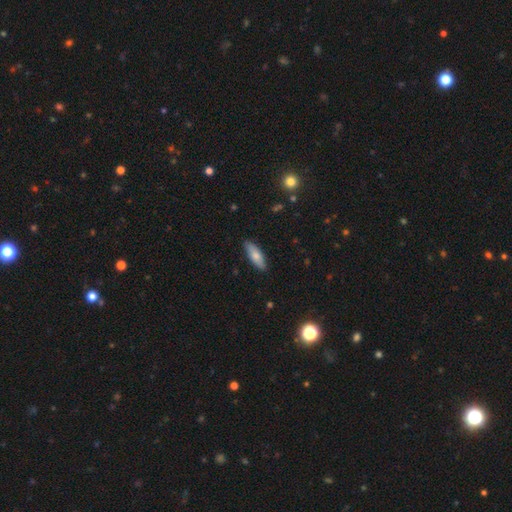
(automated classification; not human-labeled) This is likely a smooth galaxy (75%). How rounded: possibly in between (57%). Merging: clearly none (87%).